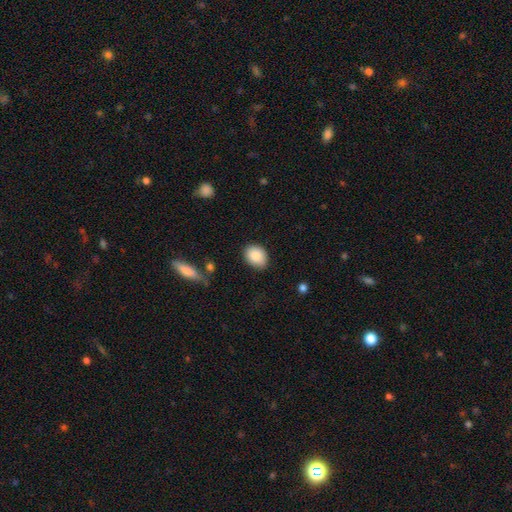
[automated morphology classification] smooth 87%, star or artifact 7%, featured or disk 6%. Down the decision tree: how rounded — in between (62%); merging — none (81%).